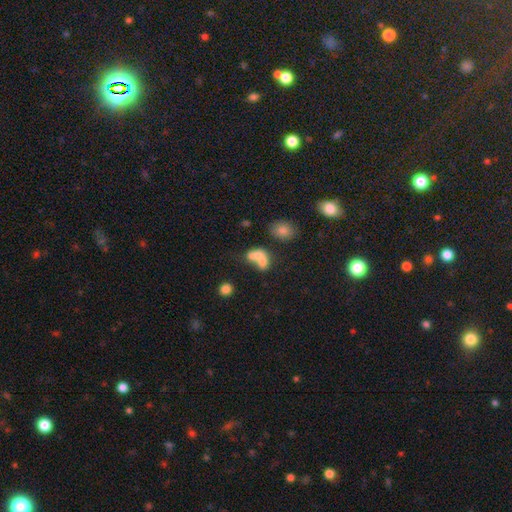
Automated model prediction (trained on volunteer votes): A smooth galaxy with no disk features (65%) that is in between round and cigar-shaped (62%).

Vote fractions:
- Smooth or featured? smooth: 65% / featured or disk: 21% / star or artifact: 13%
- How rounded? in between: 62% / round: 35% / cigar-shaped: 2%
- Merging? merger: 65% / none: 20% / minor disturbance: 8% / major disturbance: 7%